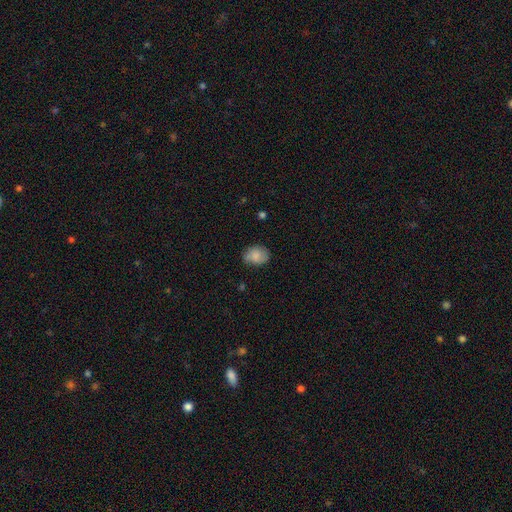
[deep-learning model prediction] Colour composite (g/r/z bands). It shows a smooth galaxy with no disk features (77%) that is in between round and cigar-shaped (60%). Merging: none (67%).